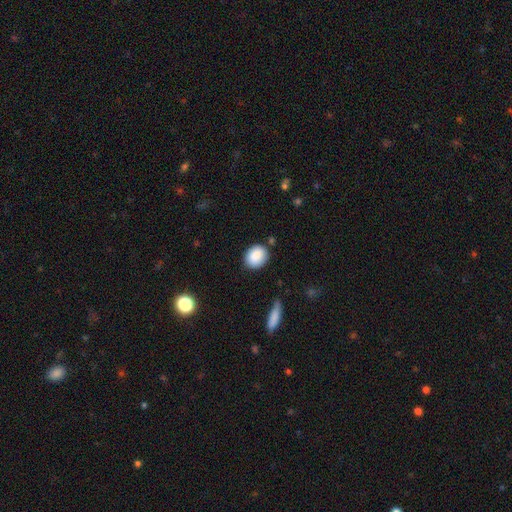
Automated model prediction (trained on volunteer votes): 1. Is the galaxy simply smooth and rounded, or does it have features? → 88% smooth, 7% star or artifact, 5% featured or disk.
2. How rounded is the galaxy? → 56% round, 42% in between, 1% cigar-shaped.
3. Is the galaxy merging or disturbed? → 81% none, 13% minor disturbance, 3% merger, 3% major disturbance.